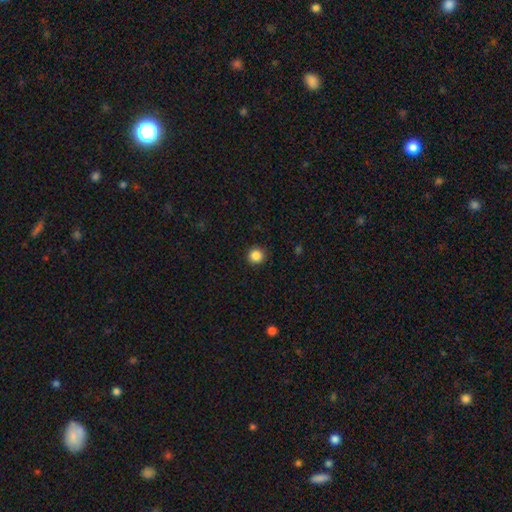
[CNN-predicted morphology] Q: Smooth or featured?
A: smooth (86%); runner-up: star or artifact (10%)
Q: How rounded?
A: round (95%); runner-up: in between (4%)
Q: Merging?
A: none (93%); runner-up: minor disturbance (5%)